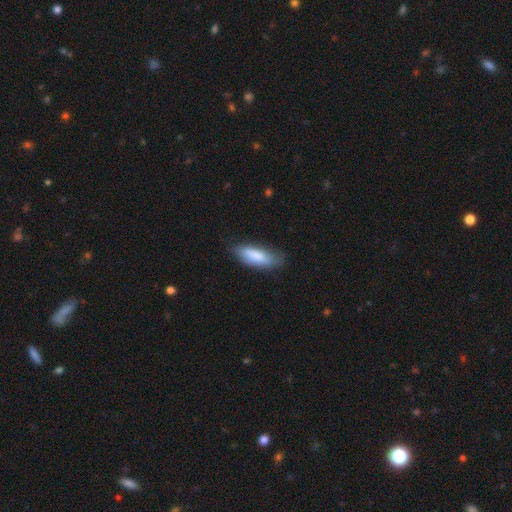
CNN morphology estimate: Smooth or featured? smooth (83%)
How rounded? in between (60%)
Merging? none (71%)